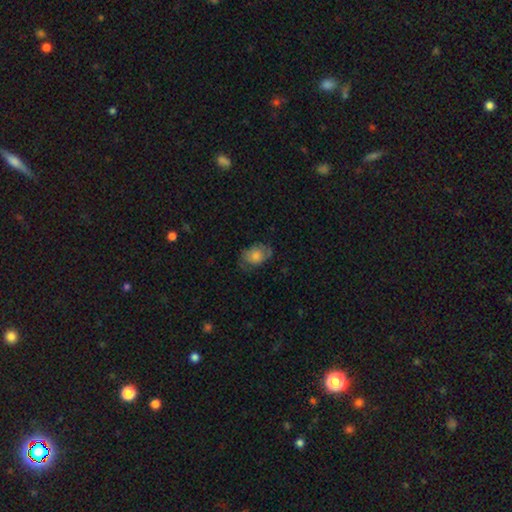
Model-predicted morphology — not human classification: Smooth or featured? Predicted: smooth (p=0.61). How rounded? Predicted: in between (p=0.73). Merging? Predicted: none (p=0.61).